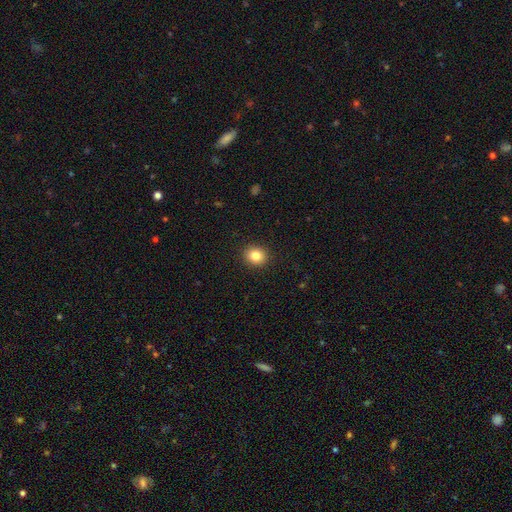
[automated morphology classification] The model was most divided on "how rounded": round: 76%, in between: 23%, cigar-shaped: 1%. More confident: merging — none (91%); smooth or featured — smooth (84%).